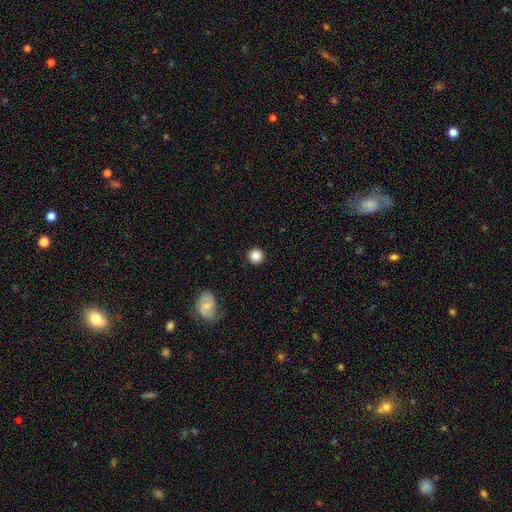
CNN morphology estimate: Smooth or featured: smooth — 85% (star or artifact — 10%)
How rounded: round — 95% (in between — 4%)
Merging: none — 92% (minor disturbance — 5%)